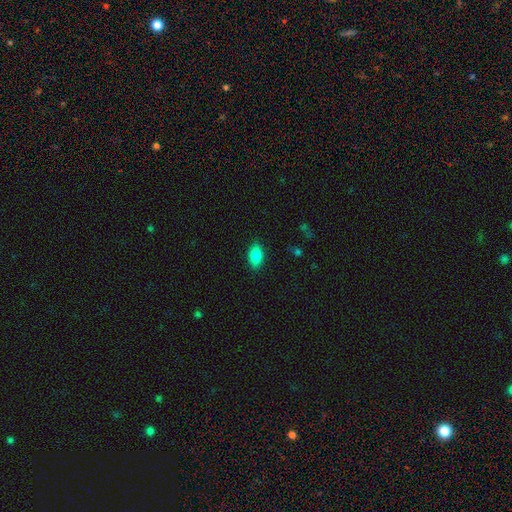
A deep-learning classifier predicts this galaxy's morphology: Overall: smooth (87%). How rounded: in between (92%). Merging: none (87%).